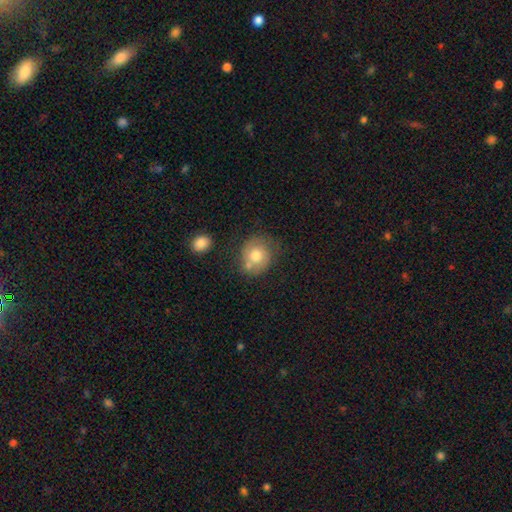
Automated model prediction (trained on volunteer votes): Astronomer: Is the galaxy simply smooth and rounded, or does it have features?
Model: smooth — 71%.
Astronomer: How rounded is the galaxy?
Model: round — 77%.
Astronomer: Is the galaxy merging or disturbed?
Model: none — 55%.